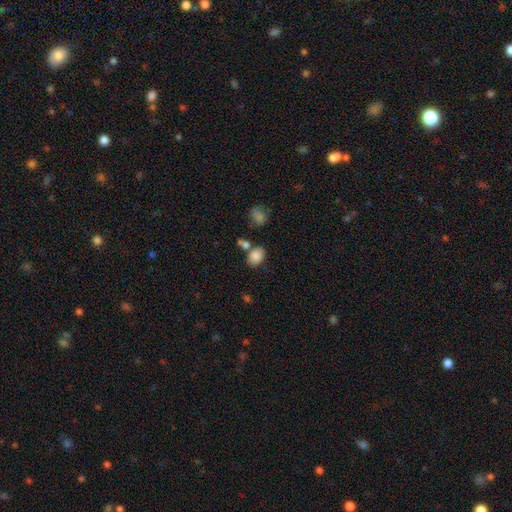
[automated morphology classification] Q: Smooth or featured?
A: smooth (84%); runner-up: star or artifact (10%)
Q: How rounded?
A: in between (70%); runner-up: round (29%)
Q: Merging?
A: none (61%); runner-up: merger (17%)